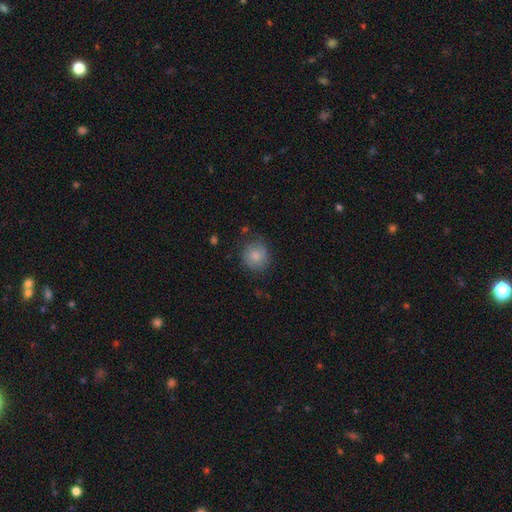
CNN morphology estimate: This appears to be a smooth galaxy with no disk features (77%) that is round (84%). Merging: none (73%).